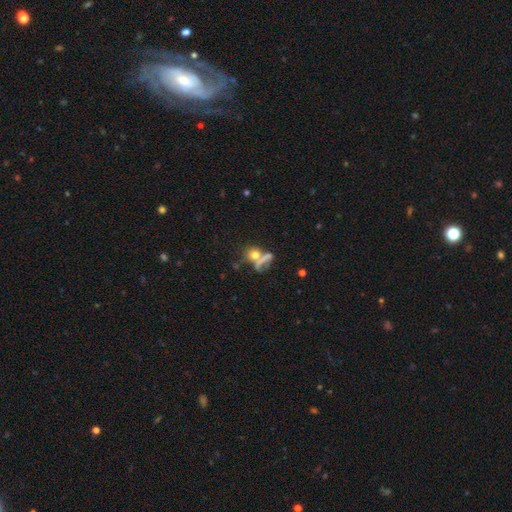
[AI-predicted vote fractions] Smooth or featured? smooth (64%)
How rounded? round (64%)
Merging? none (43%)